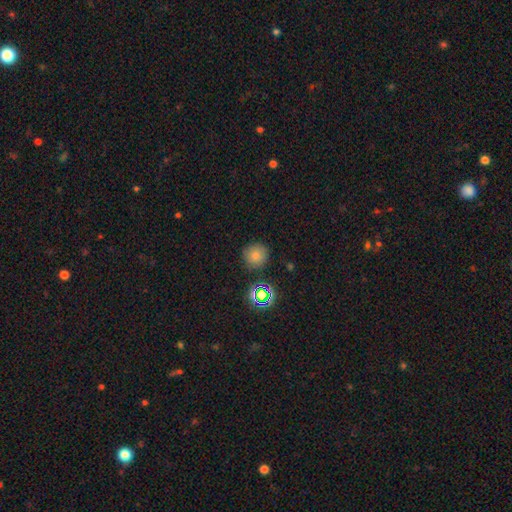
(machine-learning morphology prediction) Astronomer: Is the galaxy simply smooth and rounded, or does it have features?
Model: smooth — 74%.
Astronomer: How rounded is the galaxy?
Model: round — 94%.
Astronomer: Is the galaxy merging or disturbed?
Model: none — 86%.